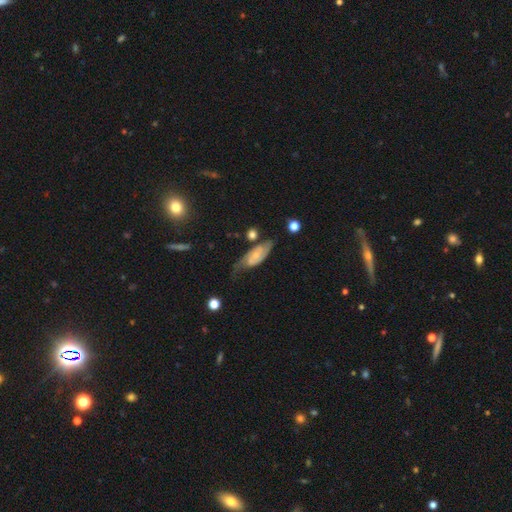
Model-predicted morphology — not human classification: A featured or disk galaxy (72%) with no bar (56%), 2 (80%) medium (45%) spiral arms (91%) and a small central bulge (61%).

Vote fractions:
- Smooth or featured? featured or disk: 72% / smooth: 21% / star or artifact: 6%
- Edge-on disk? no: 89% / yes: 11%
- Bar? no: 56% / weak: 35% / strong: 9%
- Spiral arms? yes: 91% / no: 9%
- Spiral winding? medium: 45% / tight: 33% / loose: 22%
- Spiral arm count? 2: 80% / can't tell: 12% / 1: 3% / 3: 2% / 4: 1% / more than 4: 1%
- Bulge size? small: 61% / moderate: 28% / none: 7% / large: 2% / dominant: 1%
- Merging? none: 55% / minor disturbance: 26% / major disturbance: 12% / merger: 7%